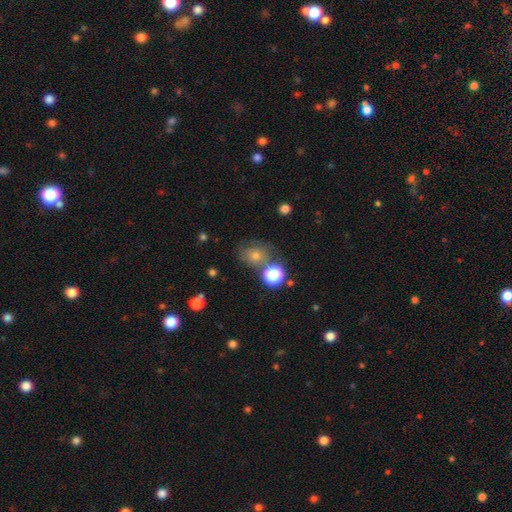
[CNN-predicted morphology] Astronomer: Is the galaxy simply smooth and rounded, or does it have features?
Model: smooth — 57%.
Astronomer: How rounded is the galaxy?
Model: round — 66%.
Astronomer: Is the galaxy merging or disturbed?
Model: none — 61%.